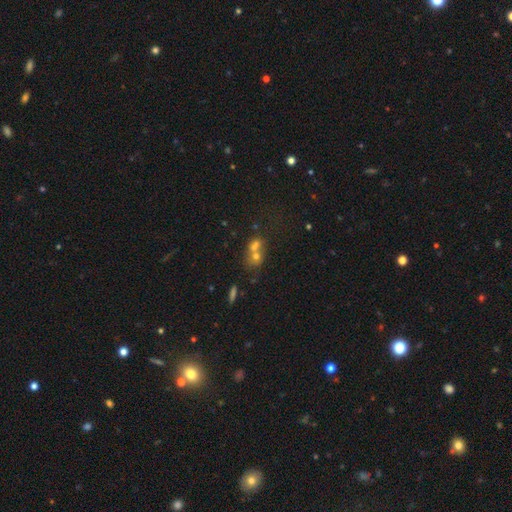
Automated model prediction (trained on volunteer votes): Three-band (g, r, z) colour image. It shows a smooth galaxy with no disk features (55%) that is round (65%). Merging: merger (59%).